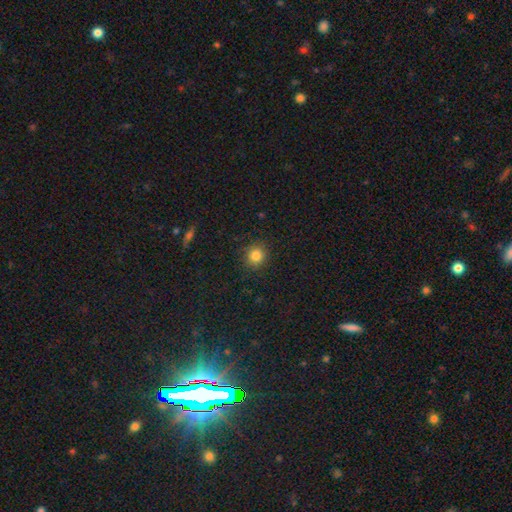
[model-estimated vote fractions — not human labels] Smooth or featured? smooth (83%)
How rounded? round (91%)
Merging? none (89%)